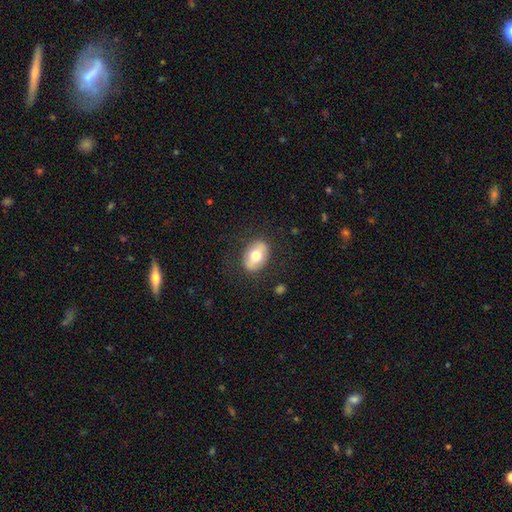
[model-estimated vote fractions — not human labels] Morphology: type=smooth (60%); roundness=in between (72%); merging=none (80%).